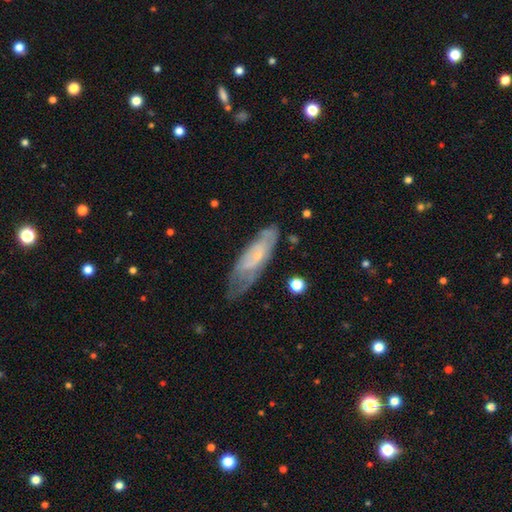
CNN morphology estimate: This is possibly a featured or disk galaxy (59%). It is likely not viewed edge-on (76%). Merging: possibly none (52%).